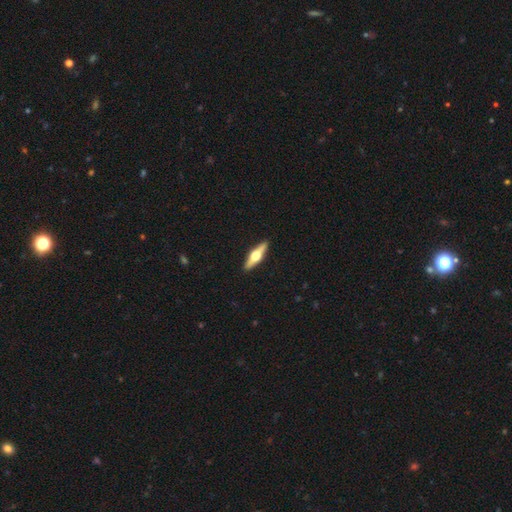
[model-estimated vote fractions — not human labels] Smooth or featured: featured or disk — 69% (smooth — 26%)
Edge-on disk: yes — 96% (no — 4%)
Edge-on bulge: rounded — 96% (boxy — 2%)
Merging: none — 92% (minor disturbance — 6%)